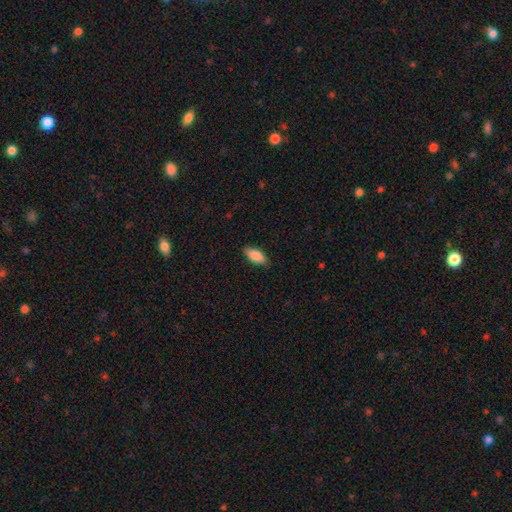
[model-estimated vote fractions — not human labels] The model was most divided on "merging": none: 84%, minor disturbance: 12%, major disturbance: 2%, merger: 1%. More confident: how rounded — in between (87%); smooth or featured — smooth (87%).